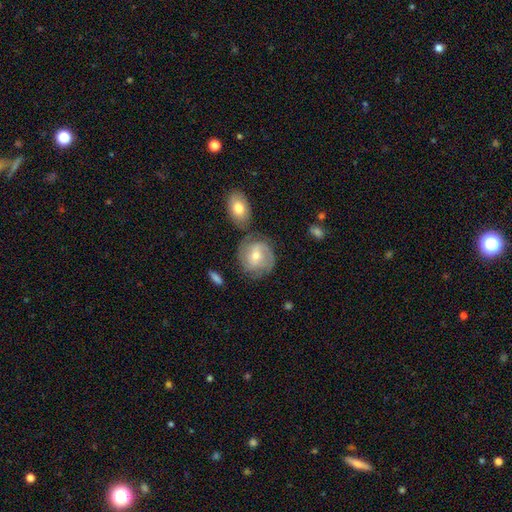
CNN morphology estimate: Smooth or featured?
  - featured or disk: 58% *
  - smooth: 35%
  - star or artifact: 7%
Edge-on disk?
  - no: 96% *
  - yes: 4%
Bar?
  - no: 52% *
  - weak: 39%
  - strong: 10%
Spiral arms?
  - yes: 81% *
  - no: 19%
Bulge size?
  - moderate: 56% *
  - small: 40%
  - large: 2%
  - none: 1%
  - dominant: 1%
Merging?
  - none: 59% *
  - minor disturbance: 18%
  - merger: 16%
  - major disturbance: 7%